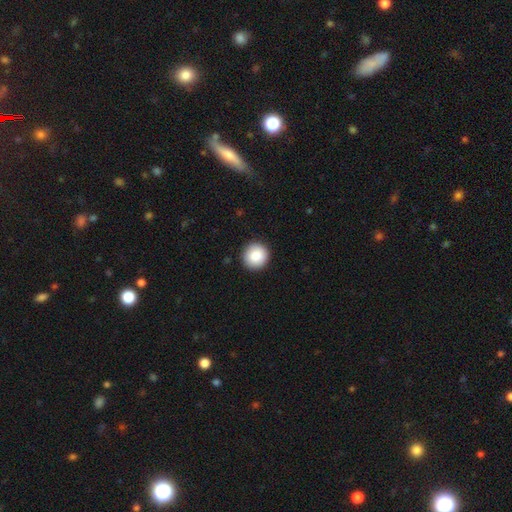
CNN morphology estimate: smooth 86%, star or artifact 8%, featured or disk 6%. Down the decision tree: how rounded — round (94%); merging — none (92%).